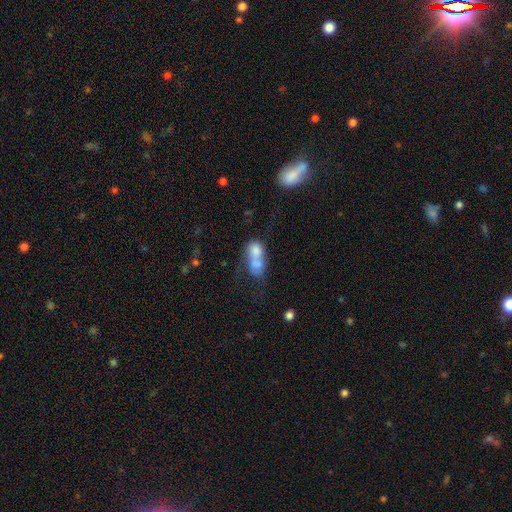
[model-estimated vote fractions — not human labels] The model was most divided on "how rounded": in between: 64%, round: 32%, cigar-shaped: 4%. More confident: merging — merger (70%); smooth or featured — smooth (68%).